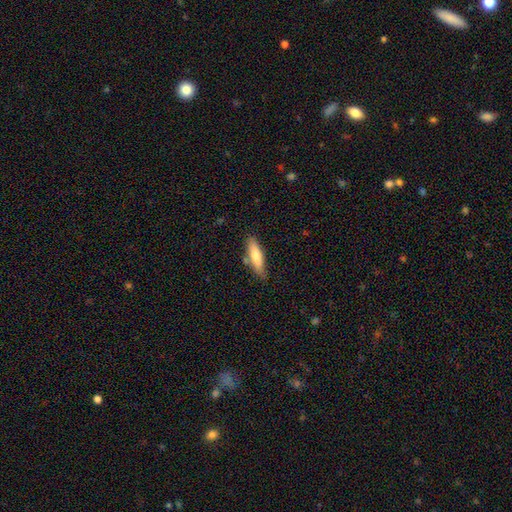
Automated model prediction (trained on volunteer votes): Q: Smooth or featured?
A: smooth (73%); runner-up: featured or disk (21%)
Q: How rounded?
A: cigar-shaped (65%); runner-up: in between (33%)
Q: Merging?
A: none (77%); runner-up: minor disturbance (14%)